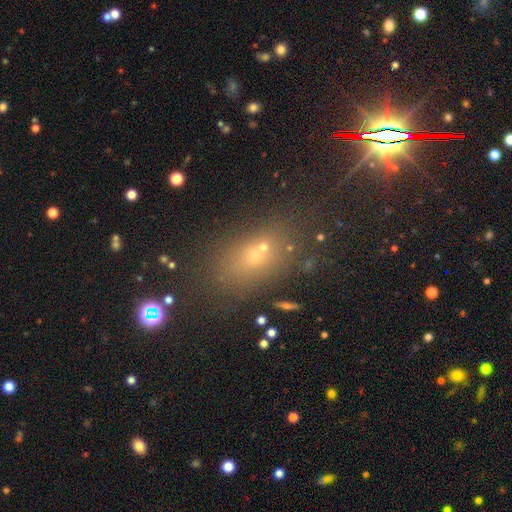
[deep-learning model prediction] Q: Smooth or featured?
A: smooth (48%); runner-up: star or artifact (36%)
Q: Merging?
A: none (61%); runner-up: merger (17%)